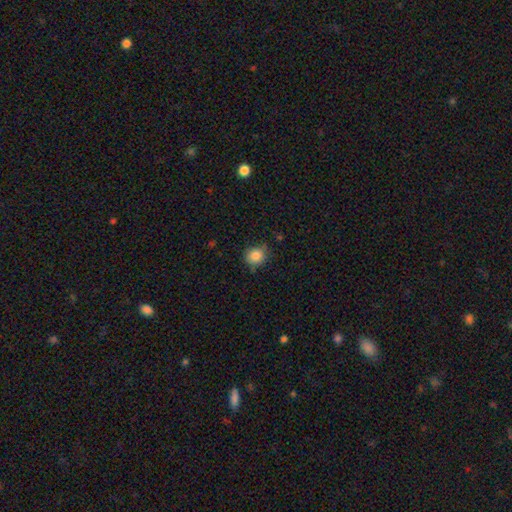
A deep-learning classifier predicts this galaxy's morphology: A smooth galaxy with no disk features (85%) that is round (81%). Merging: none (73%).